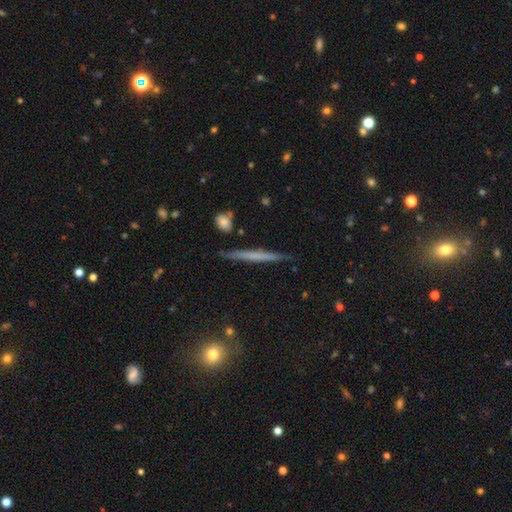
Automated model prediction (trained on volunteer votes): featured or disk 51%, smooth 42%, star or artifact 7%. Down the decision tree: edge-on disk — yes (96%); merging — none (88%).